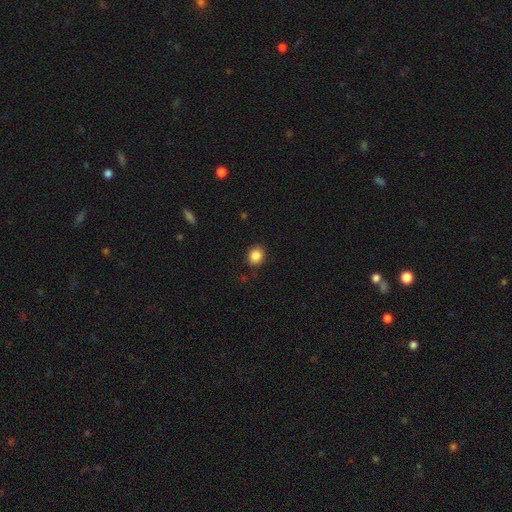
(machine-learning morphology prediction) type=smooth (87%); roundness=round (68%); merging=none (87%).